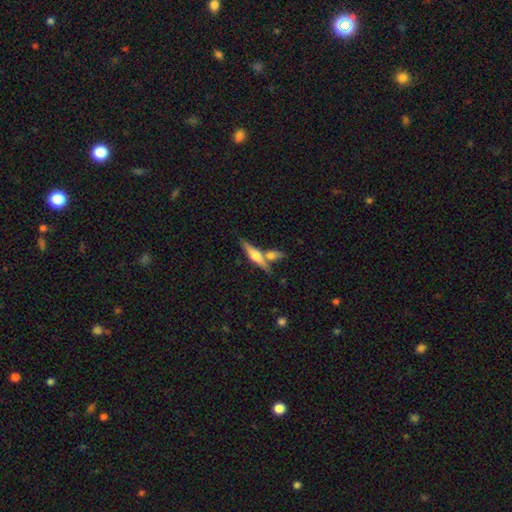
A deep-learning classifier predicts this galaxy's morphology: Overall: featured or disk (67%). Edge-on disk: yes (96%). Edge-on bulge: rounded (91%). Merging: none (64%).